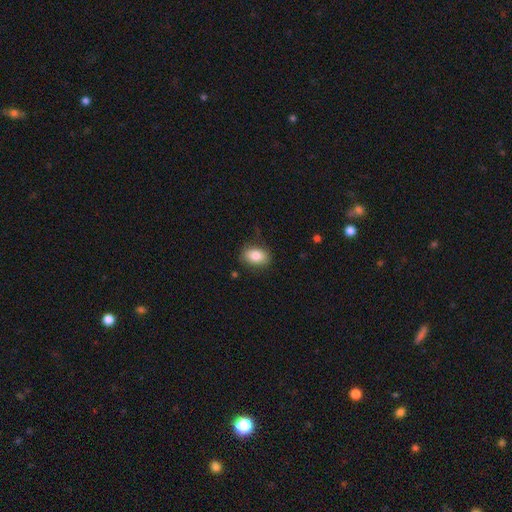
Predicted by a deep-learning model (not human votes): Morphology: type=smooth (84%); roundness=in between (80%); merging=none (81%).